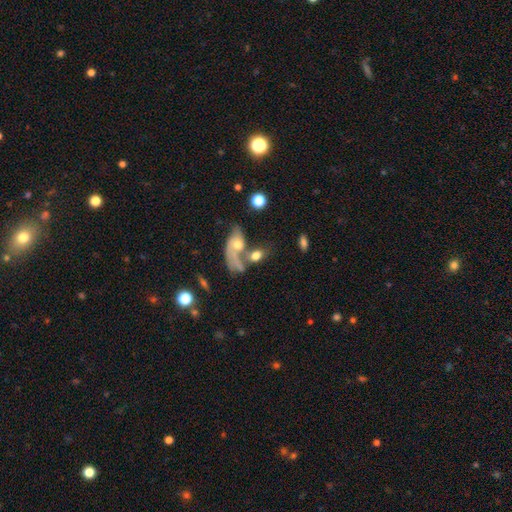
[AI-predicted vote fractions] Smooth or featured: smooth — 62% (featured or disk — 28%)
How rounded: in between — 76% (round — 18%)
Merging: merger — 53% (none — 23%)